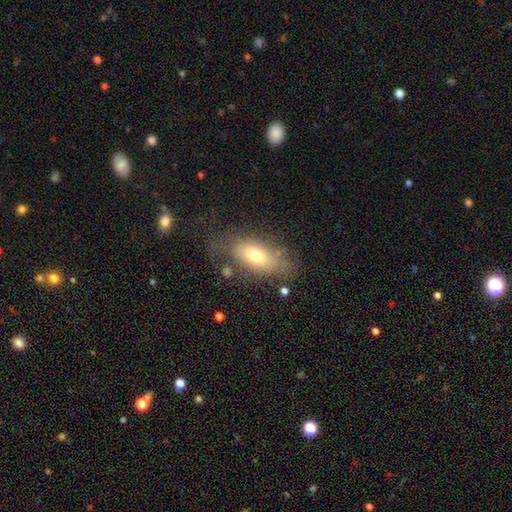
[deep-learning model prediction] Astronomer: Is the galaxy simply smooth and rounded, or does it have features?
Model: smooth — 68%.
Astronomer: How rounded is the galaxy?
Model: in between — 86%.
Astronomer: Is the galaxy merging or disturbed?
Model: none — 61%.